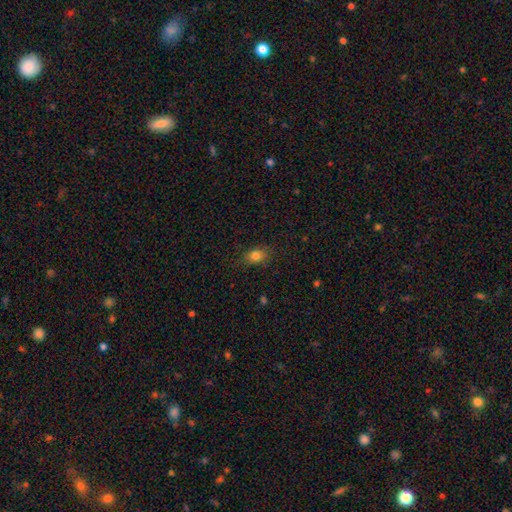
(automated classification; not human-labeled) Morphology: type=smooth (81%); roundness=in between (66%); merging=none (78%).